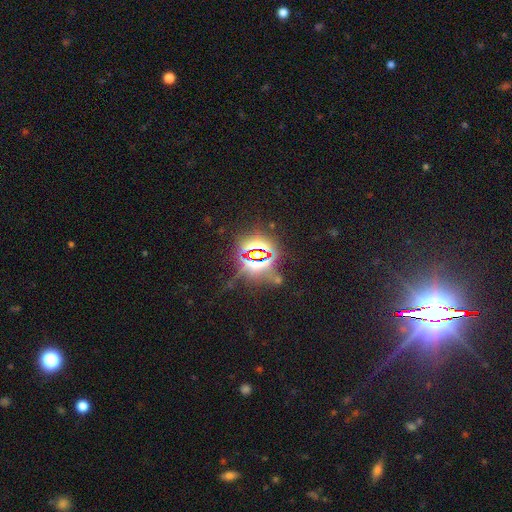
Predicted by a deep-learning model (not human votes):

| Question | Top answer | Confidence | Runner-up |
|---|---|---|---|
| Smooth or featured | star or artifact | 81% | smooth (11%) |